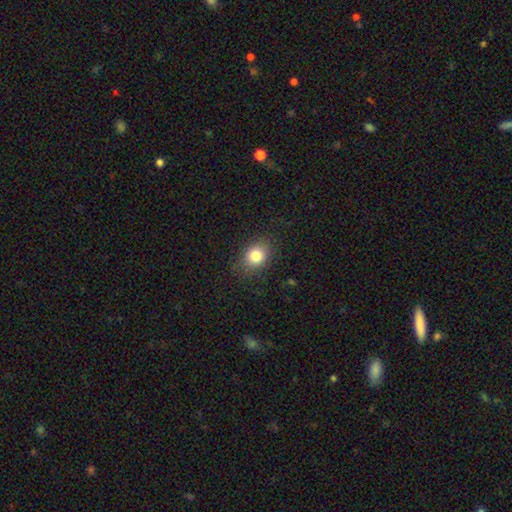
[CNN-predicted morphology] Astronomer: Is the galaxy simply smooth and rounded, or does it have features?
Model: smooth — 82%.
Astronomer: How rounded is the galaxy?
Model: in between — 56% (runner-up: round, 43%).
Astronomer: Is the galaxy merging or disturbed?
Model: none — 82%.